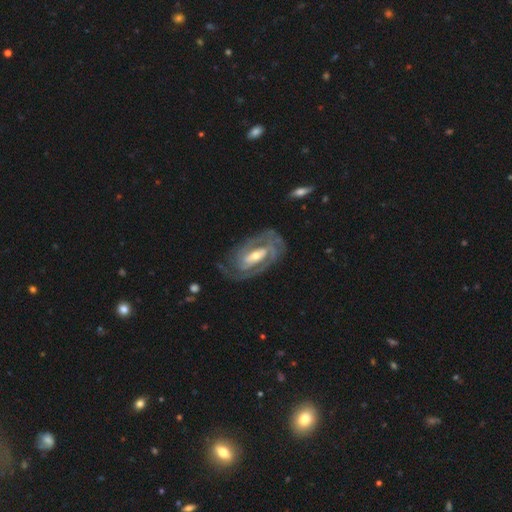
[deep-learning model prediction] Smooth or featured? Predicted: featured or disk (p=0.89). Edge-on disk? Predicted: no (p=0.95). Bar? Predicted: strong (p=0.43). Spiral arms? Predicted: yes (p=0.94). Spiral winding? Predicted: tight (p=0.66). Spiral arm count? Predicted: 2 (p=0.66). Bulge size? Predicted: moderate (p=0.57). Merging? Predicted: none (p=0.76).